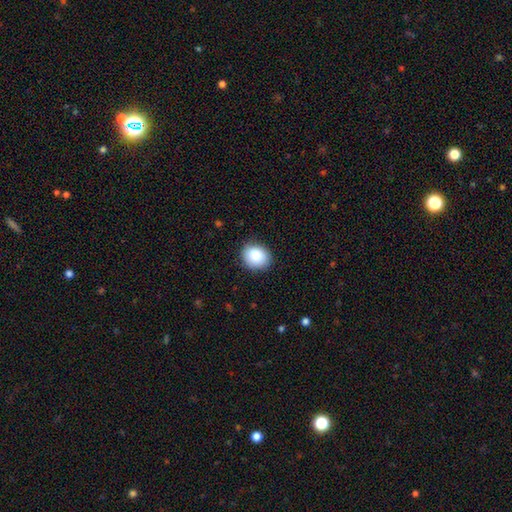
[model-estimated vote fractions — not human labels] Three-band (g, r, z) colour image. It shows a smooth galaxy with no disk features (87%) that is round (61%). Merging: none (86%).